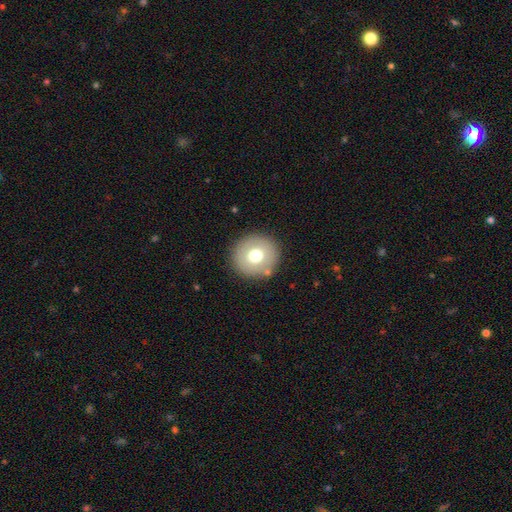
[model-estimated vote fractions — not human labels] This appears to be a smooth galaxy with no disk features (68%) that is round (94%). Merging: none (88%).